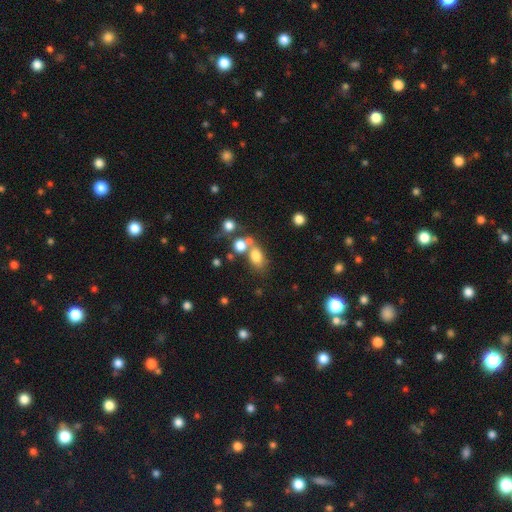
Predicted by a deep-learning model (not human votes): smooth_or_featured: smooth (p=0.75) [alt: star or artifact p=0.13]
how_rounded: in between (p=0.73) [alt: round p=0.25]
merging: none (p=0.48) [alt: merger p=0.32]